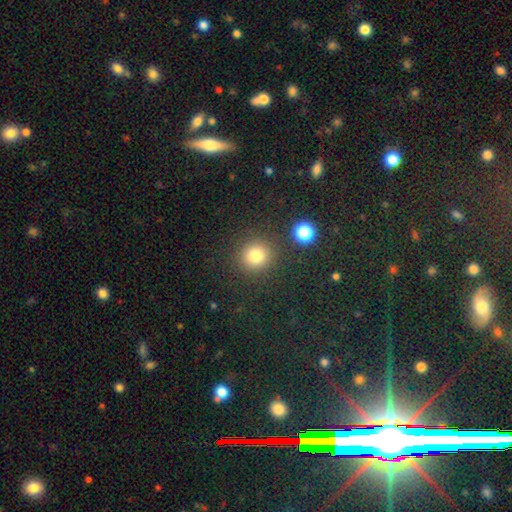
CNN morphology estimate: Smooth or featured?
  - smooth: 79% *
  - star or artifact: 15%
  - featured or disk: 6%
How rounded?
  - round: 92% *
  - in between: 7%
  - cigar-shaped: 1%
Merging?
  - none: 87% *
  - minor disturbance: 7%
  - merger: 3%
  - major disturbance: 3%